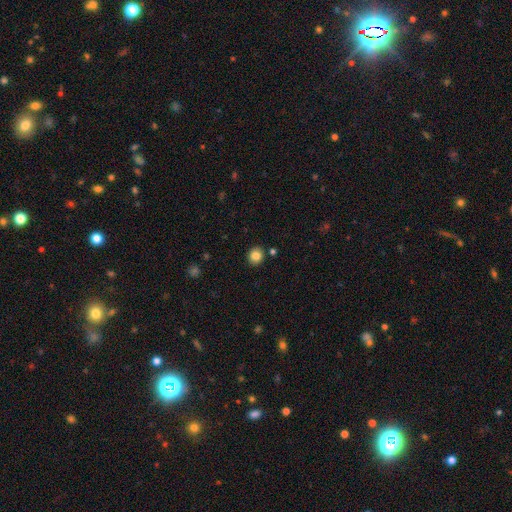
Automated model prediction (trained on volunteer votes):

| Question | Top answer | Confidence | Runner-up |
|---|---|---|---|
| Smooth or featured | smooth | 83% | star or artifact (11%) |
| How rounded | round | 81% | in between (18%) |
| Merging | none | 88% | minor disturbance (7%) |